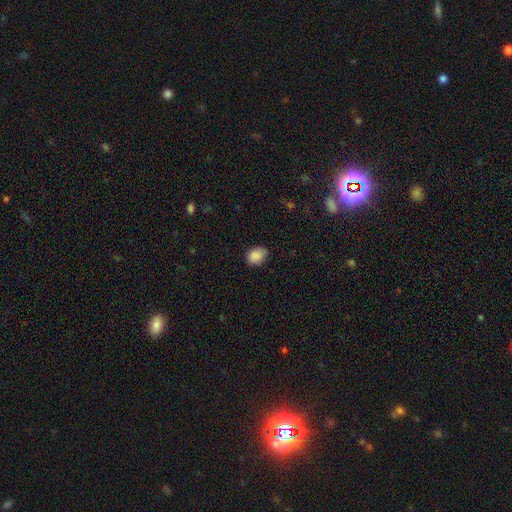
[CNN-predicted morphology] This is clearly a smooth galaxy (88%). How rounded: possibly in between (57%). Merging: likely none (75%).